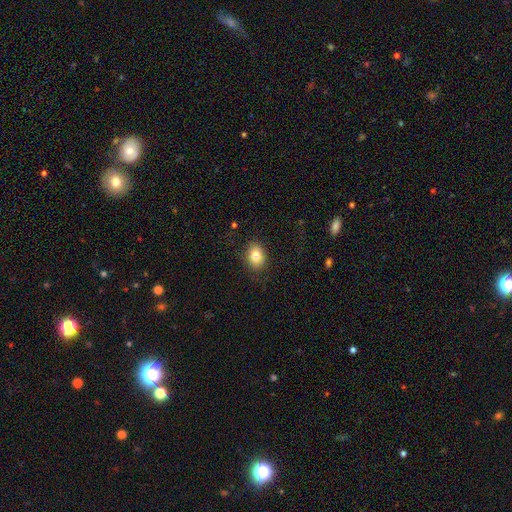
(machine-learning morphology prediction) A smooth galaxy with no disk features (82%) that is in between round and cigar-shaped (64%).

Vote fractions:
- Smooth or featured? smooth: 82% / star or artifact: 9% / featured or disk: 9%
- How rounded? in between: 64% / round: 35% / cigar-shaped: 1%
- Merging? none: 84% / minor disturbance: 11% / major disturbance: 4% / merger: 1%